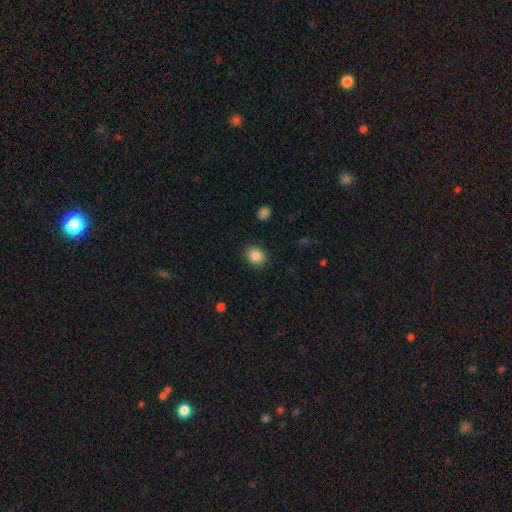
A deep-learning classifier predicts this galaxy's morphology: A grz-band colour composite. It shows a smooth galaxy with no disk features (87%) that is round (67%). Merging: none (89%).